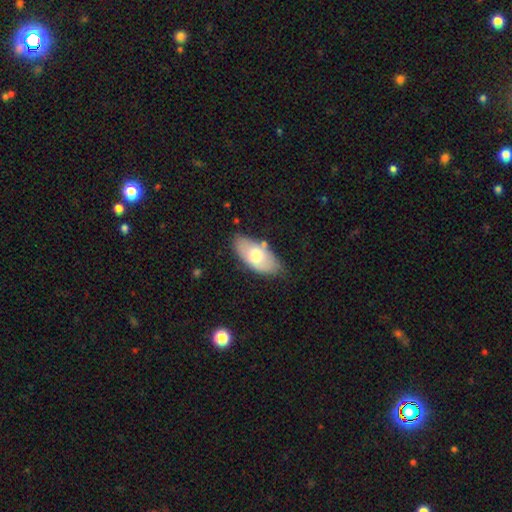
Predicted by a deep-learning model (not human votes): smooth 68%, featured or disk 26%, star or artifact 6%. Down the decision tree: how rounded — in between (92%); merging — none (74%).